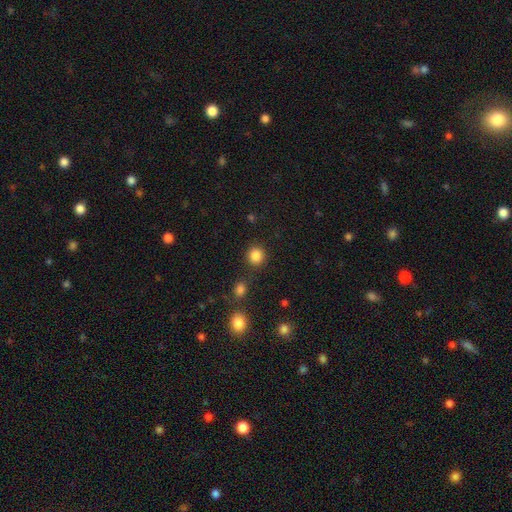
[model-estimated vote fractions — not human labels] Morphology: type=smooth (86%); roundness=round (89%); merging=none (84%).